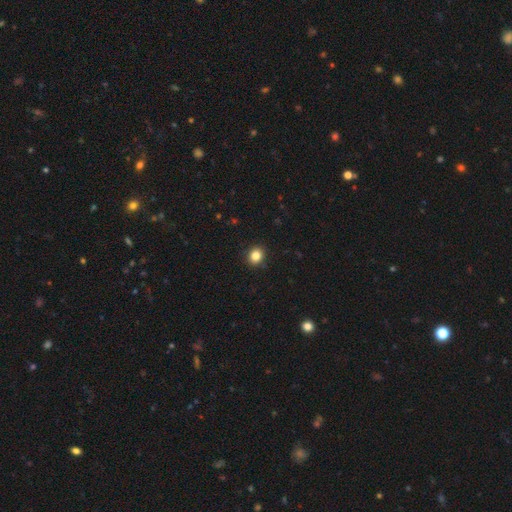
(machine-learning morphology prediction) Overall: smooth (84%). How rounded: round (77%). Merging: none (92%).